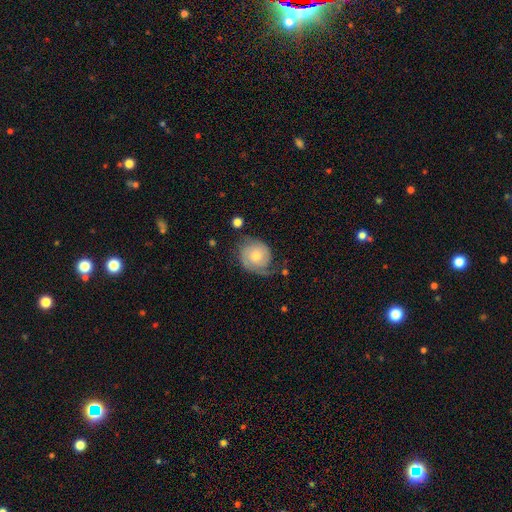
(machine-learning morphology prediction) smooth_or_featured: featured or disk (p=0.61) [alt: smooth p=0.33]
disk_edge_on: no (p=0.97) [alt: yes p=0.03]
bar: no (p=0.77) [alt: weak p=0.20]
has_spiral_arms: yes (p=0.89) [alt: no p=0.11]
spiral_winding: tight (p=0.48) [alt: medium p=0.34]
spiral_arm_count: 2 (p=0.63) [alt: 1 p=0.18]
bulge_size: moderate (p=0.50) [alt: small p=0.39]
merging: none (p=0.54) [alt: minor disturbance p=0.27]